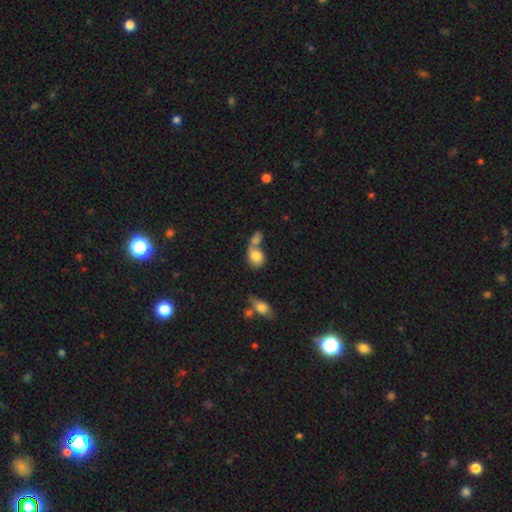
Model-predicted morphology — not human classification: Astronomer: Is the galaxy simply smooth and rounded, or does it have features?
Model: smooth — 78%.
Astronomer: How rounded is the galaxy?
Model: in between — 56% (runner-up: round, 42%).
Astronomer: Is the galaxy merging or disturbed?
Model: merger — 61%.